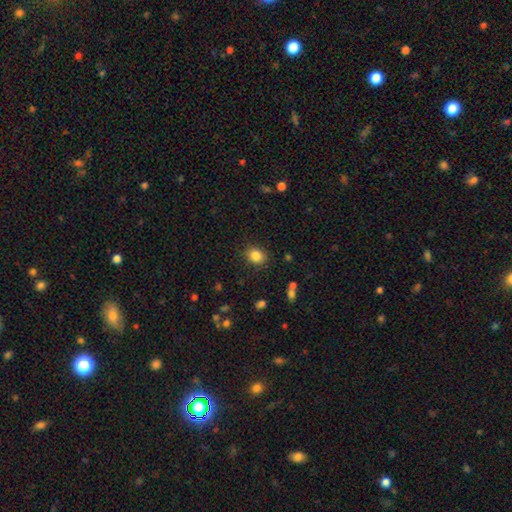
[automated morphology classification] This is clearly a smooth galaxy (85%). How rounded: possibly round (56%). Merging: clearly none (85%).